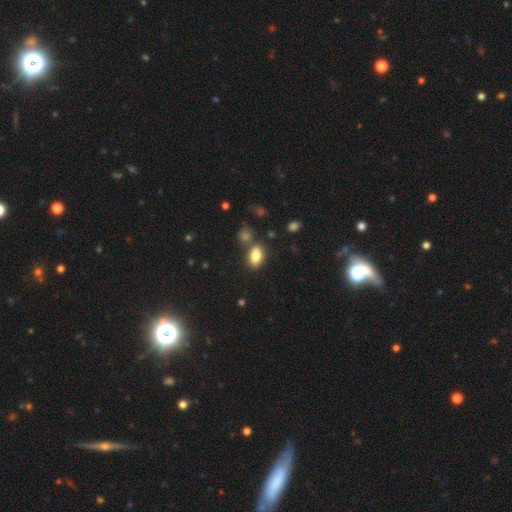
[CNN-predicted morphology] This appears to be a smooth galaxy with no disk features (83%) that is in between round and cigar-shaped (88%). Merging: none (64%).